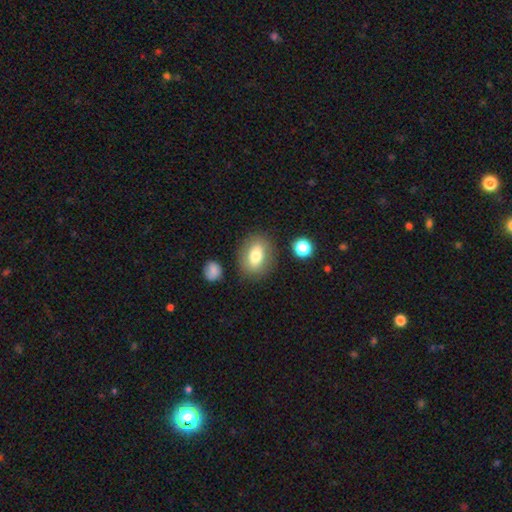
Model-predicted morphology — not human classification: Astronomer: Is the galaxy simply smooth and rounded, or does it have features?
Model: smooth — 73%.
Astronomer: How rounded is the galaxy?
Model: in between — 71%.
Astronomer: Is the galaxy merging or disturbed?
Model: none — 80%.